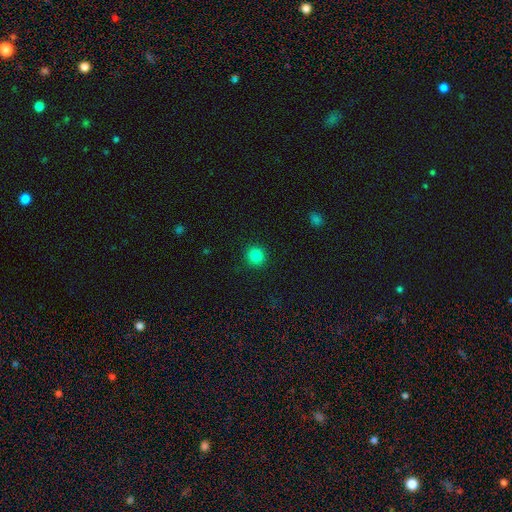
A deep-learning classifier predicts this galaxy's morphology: Overall: smooth (84%). How rounded: round (93%). Merging: none (91%).